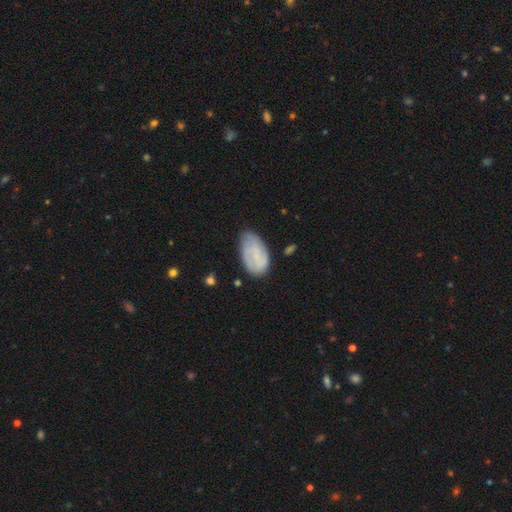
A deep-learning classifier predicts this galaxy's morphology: Smooth or featured? Predicted: smooth (p=0.49). Merging? Predicted: none (p=0.58).